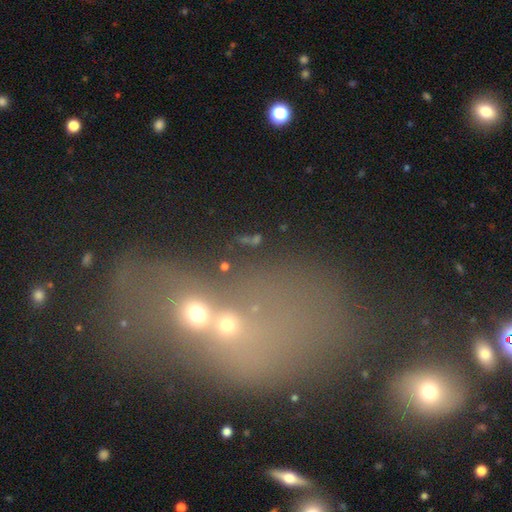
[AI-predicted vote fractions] The model was most divided on "smooth or featured": smooth: 41%, star or artifact: 35%, featured or disk: 23%. More confident: merging — merger (62%).